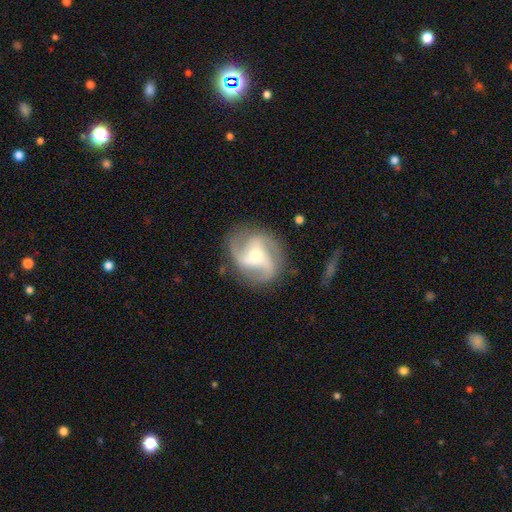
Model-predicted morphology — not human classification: A featured or disk galaxy (87%) with no bar (43%), 3 (60%) medium (51%) spiral arms (97%) and a moderate central bulge (50%). Merging: none (77%).